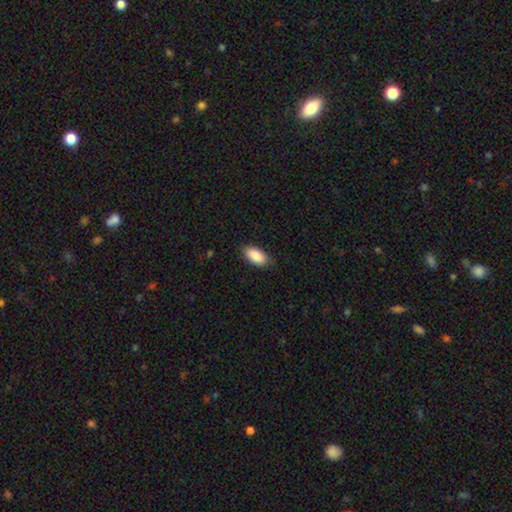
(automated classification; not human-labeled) Morphology: type=smooth (88%); roundness=in between (93%); merging=none (85%).